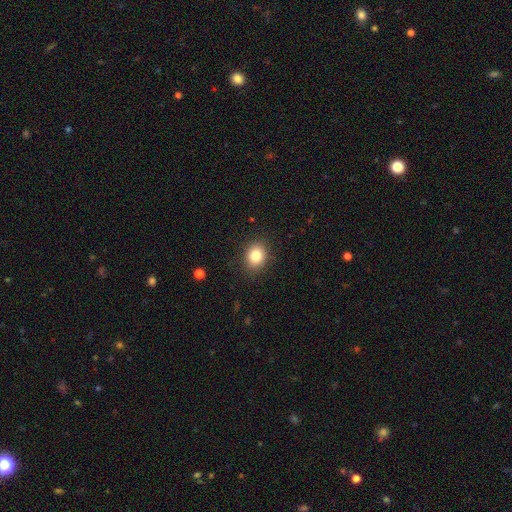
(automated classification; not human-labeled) smooth_or_featured: smooth (p=0.83) [alt: star or artifact p=0.10]
how_rounded: round (p=0.57) [alt: in between p=0.42]
merging: none (p=0.88) [alt: minor disturbance p=0.09]